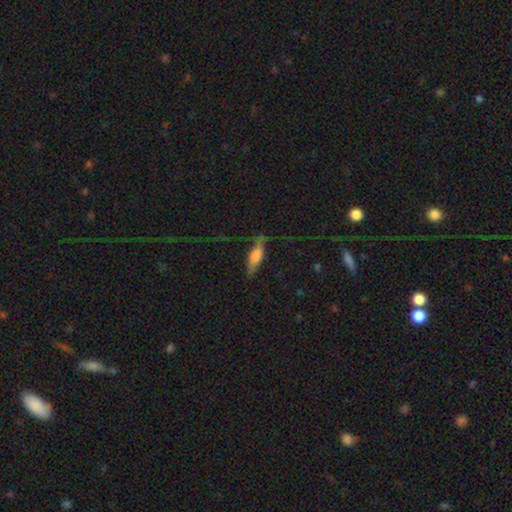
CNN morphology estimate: Smooth or featured? smooth (60%)
How rounded? cigar-shaped (52%)
Merging? none (68%)